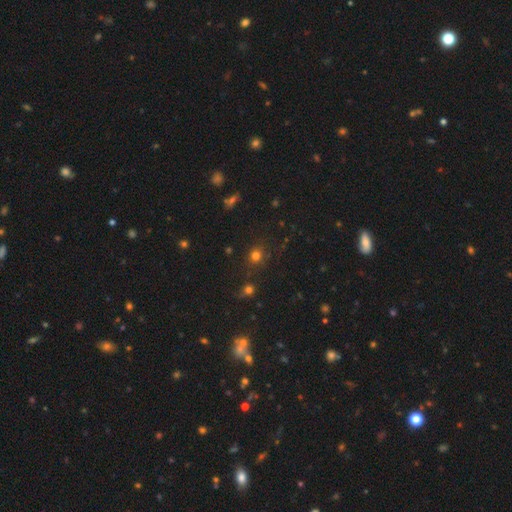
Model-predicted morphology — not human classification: This appears to be a smooth galaxy with no disk features (72%) that is round (87%). Merging: none (81%).